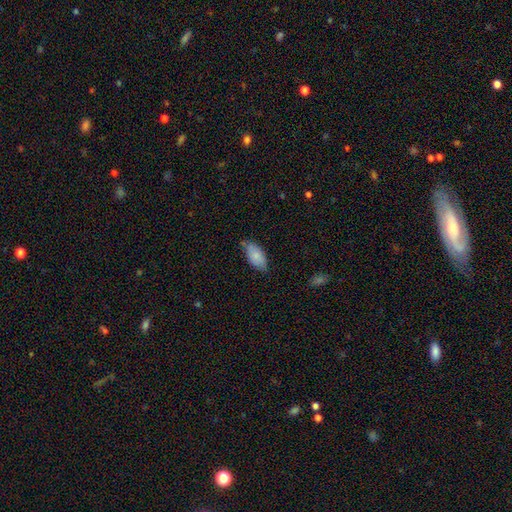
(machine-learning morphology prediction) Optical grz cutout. It shows a smooth galaxy with no disk features (81%) that is in between round and cigar-shaped (93%). Merging: none (68%).